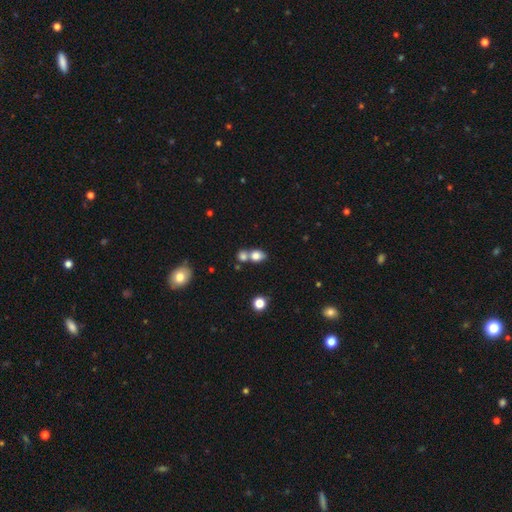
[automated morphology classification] Q: Smooth or featured?
A: smooth (80%); runner-up: star or artifact (10%)
Q: How rounded?
A: in between (61%); runner-up: round (37%)
Q: Merging?
A: merger (50%); runner-up: none (38%)